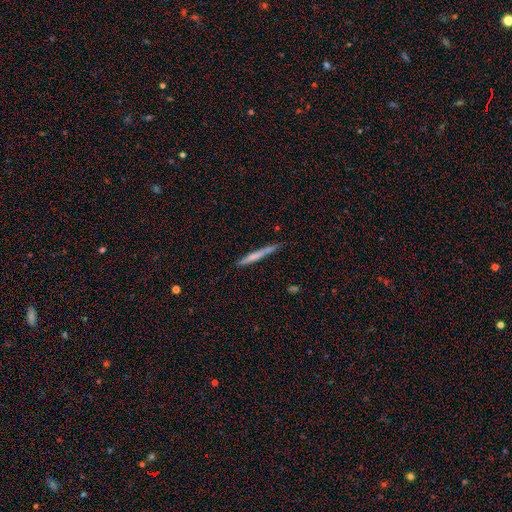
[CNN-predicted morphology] type=smooth (57%); roundness=cigar-shaped (96%); merging=none (85%).